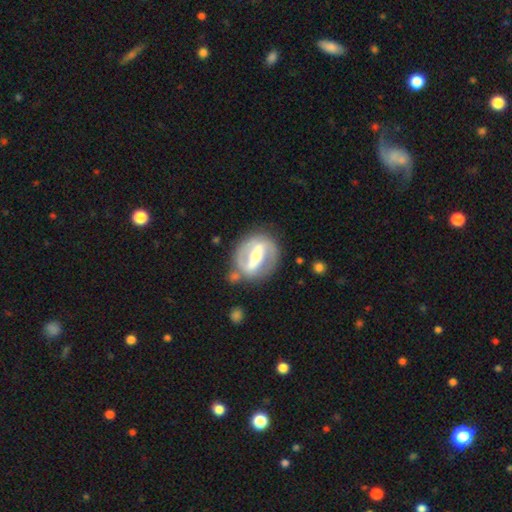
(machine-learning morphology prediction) type=featured or disk (82%); edge-on=no (95%); bar=strong (70%); spiral arms=yes (76%); winding=medium (42%); arm count=2 (83%); bulge=moderate (60%); merging=none (74%).